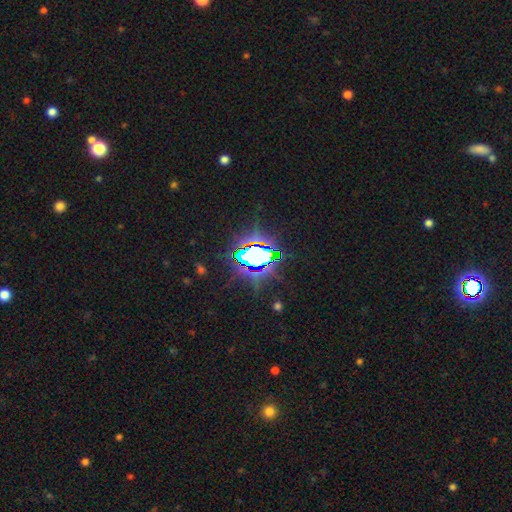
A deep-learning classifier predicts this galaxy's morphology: A star or artifact, not a galaxy (76%).